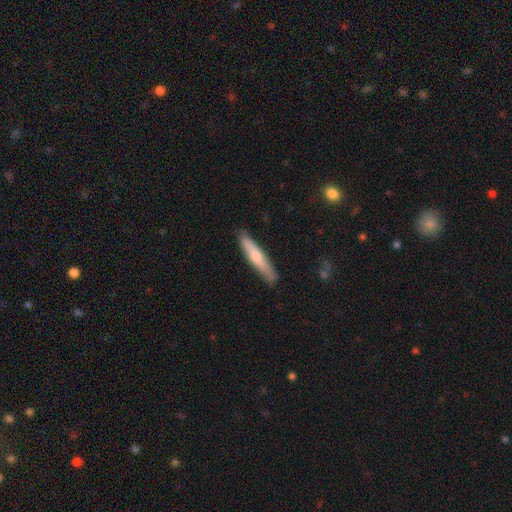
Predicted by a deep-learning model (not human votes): A smooth galaxy with no disk features (62%) that is cigar-shaped (91%). Merging: none (84%).